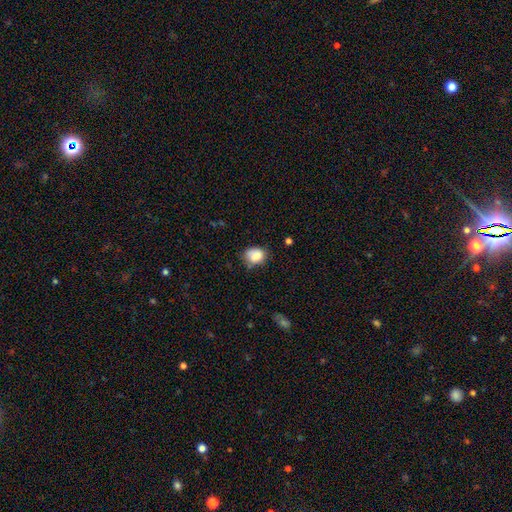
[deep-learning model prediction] smooth 83%, star or artifact 9%, featured or disk 8%. Down the decision tree: how rounded — in between (51%); merging — none (53%).